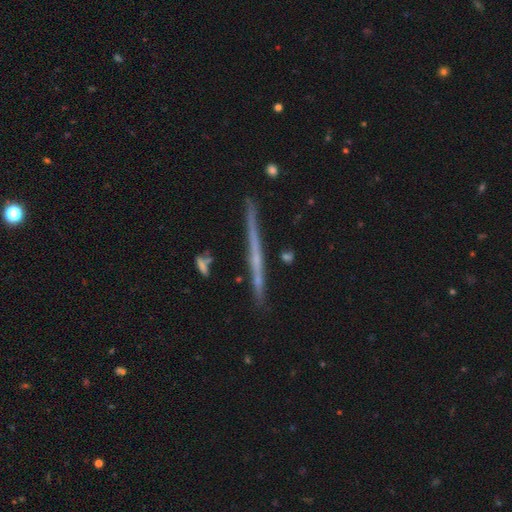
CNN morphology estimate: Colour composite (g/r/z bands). It shows a featured or disk galaxy (63%) viewed edge-on (98%) with no central bulge (86%). Merging: none (88%).